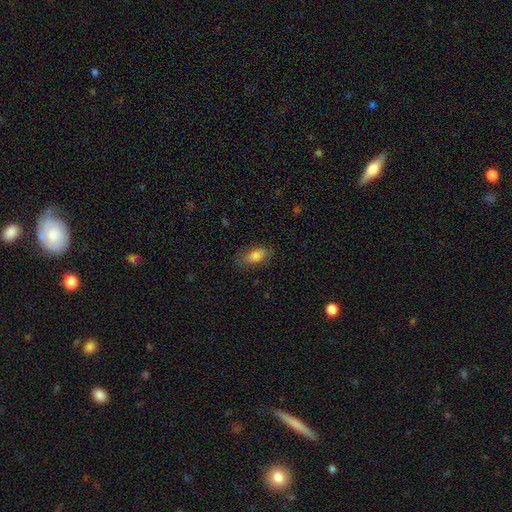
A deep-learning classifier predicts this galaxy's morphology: Smooth or featured? smooth (81%)
How rounded? in between (87%)
Merging? none (77%)